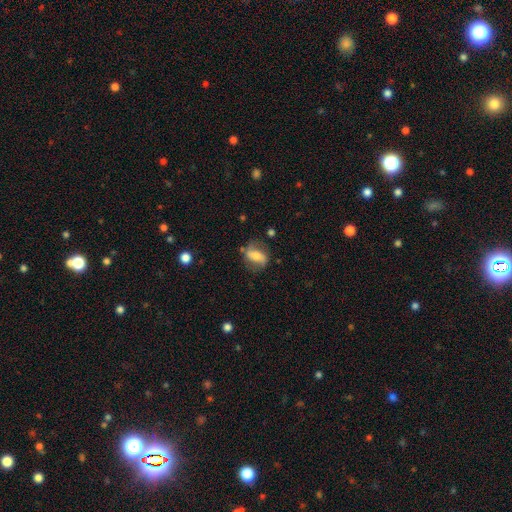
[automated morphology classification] smooth_or_featured: smooth (p=0.48) [alt: featured or disk p=0.43]
merging: none (p=0.61) [alt: minor disturbance p=0.23]